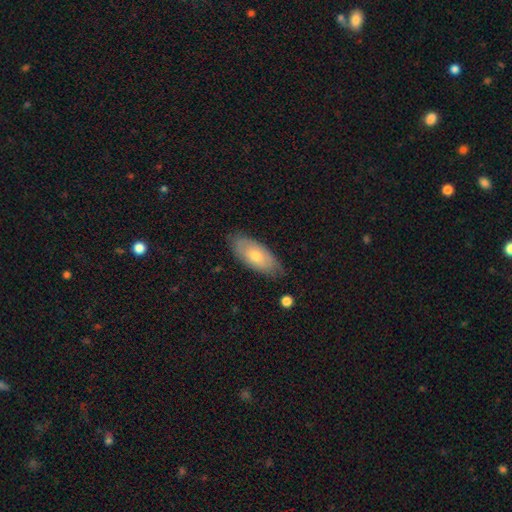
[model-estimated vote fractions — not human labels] The model was most divided on "smooth or featured": smooth: 56%, featured or disk: 38%, star or artifact: 6%. More confident: how rounded — in between (87%); merging — none (77%).